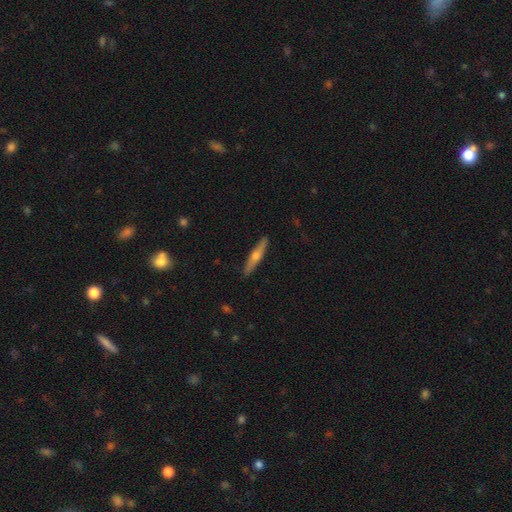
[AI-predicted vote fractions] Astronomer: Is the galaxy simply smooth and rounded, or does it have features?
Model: featured or disk — 55% (runner-up: smooth, 39%).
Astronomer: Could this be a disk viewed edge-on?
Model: yes — 94%.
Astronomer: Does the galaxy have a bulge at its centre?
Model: rounded — 89%.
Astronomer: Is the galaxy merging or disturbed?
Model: none — 90%.